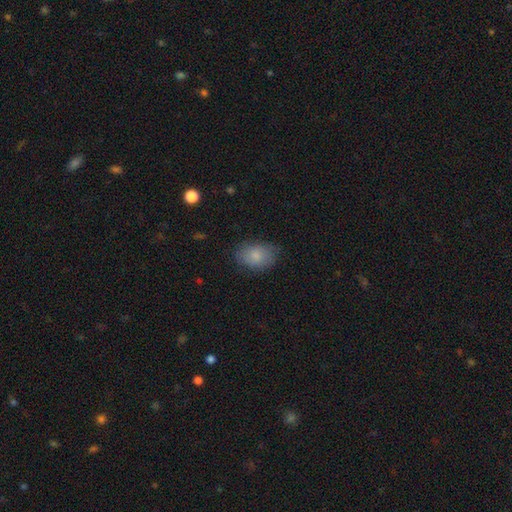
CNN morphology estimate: smooth_or_featured: smooth (p=0.82) [alt: featured or disk p=0.10]
how_rounded: in between (p=0.79) [alt: round p=0.20]
merging: none (p=0.76) [alt: minor disturbance p=0.19]